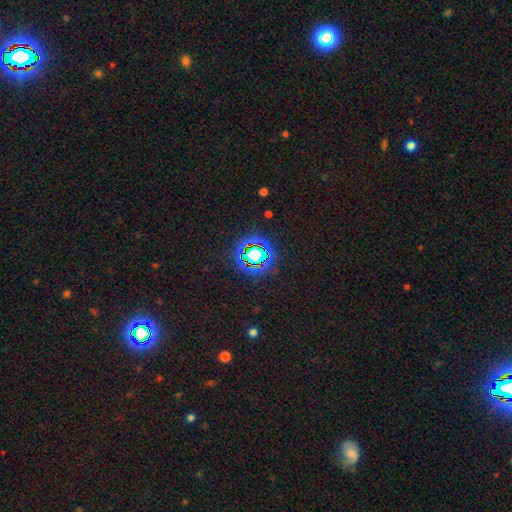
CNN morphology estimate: A star or artifact, not a galaxy (70%).